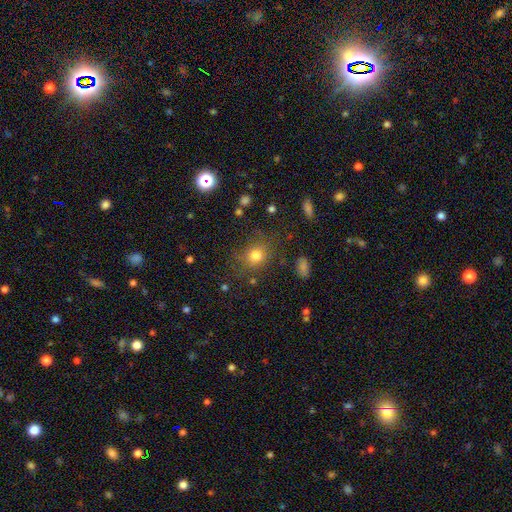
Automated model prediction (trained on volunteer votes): Morphology: type=smooth (76%); roundness=round (71%); merging=none (74%).